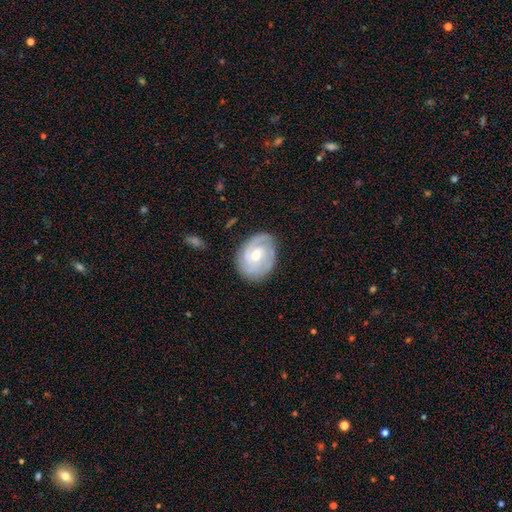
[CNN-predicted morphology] Overall: featured or disk (76%). Edge-on disk: no (97%). Bar: no (58%; weak 37%). Spiral arms: yes (91%). Spiral arm count: 2 (34%; can't tell 31%). Spiral winding: tight (62%; medium 30%). Bulge size: moderate (55%; small 40%). Merging: none (77%).